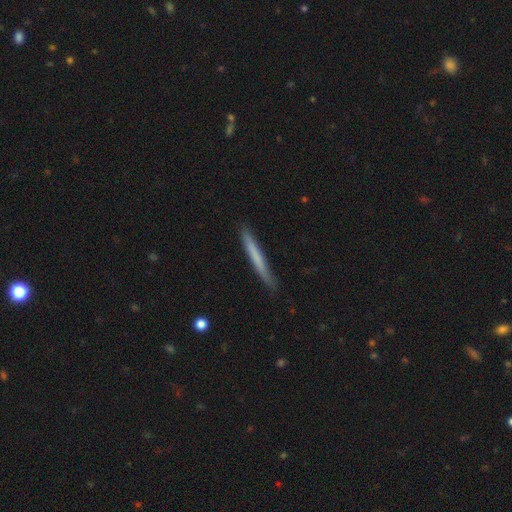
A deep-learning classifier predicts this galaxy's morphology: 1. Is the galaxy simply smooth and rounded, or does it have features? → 65% smooth, 30% featured or disk, 6% star or artifact.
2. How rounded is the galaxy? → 97% cigar-shaped, 2% in between, 1% round.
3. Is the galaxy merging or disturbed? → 87% none, 10% minor disturbance, 2% major disturbance, 1% merger.